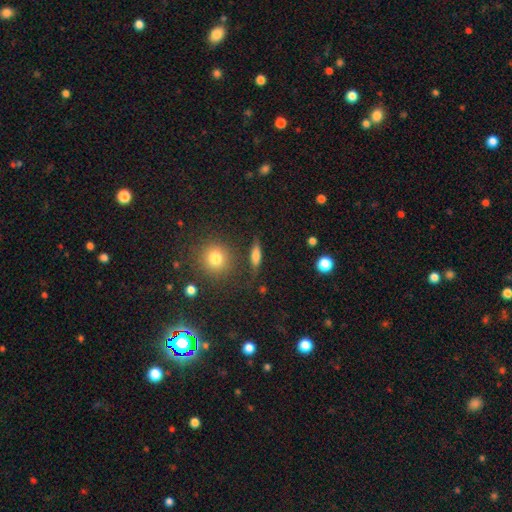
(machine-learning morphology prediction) The model was most divided on "how rounded": cigar-shaped: 53%, in between: 37%, round: 10%. More confident: merging — none (76%); smooth or featured — smooth (66%).